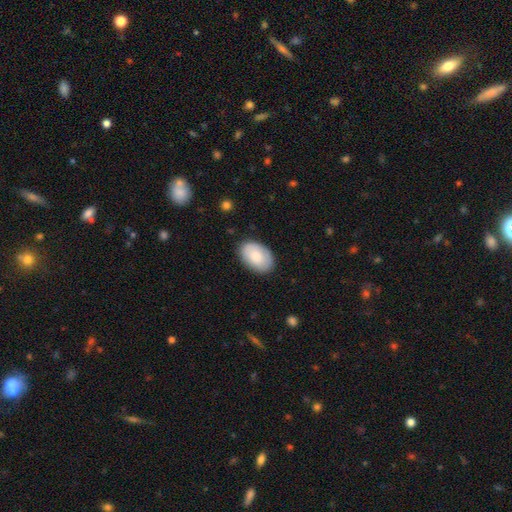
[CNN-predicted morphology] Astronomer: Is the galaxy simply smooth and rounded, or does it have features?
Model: smooth — 79%.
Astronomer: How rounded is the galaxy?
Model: in between — 90%.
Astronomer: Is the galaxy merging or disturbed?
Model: none — 84%.